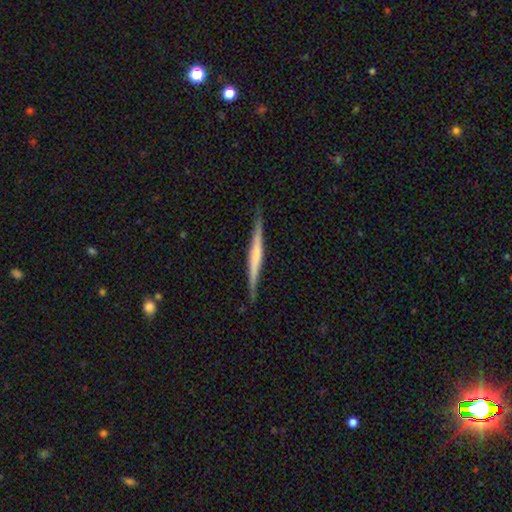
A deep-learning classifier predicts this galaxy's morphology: A featured or disk galaxy (65%) viewed edge-on (97%) with no central bulge (46%).

Vote fractions:
- Smooth or featured? featured or disk: 65% / smooth: 30% / star or artifact: 5%
- Edge-on disk? yes: 97% / no: 3%
- Edge-on bulge? none: 46% / rounded: 29% / boxy: 25%
- Merging? none: 87% / minor disturbance: 10% / major disturbance: 2% / merger: 1%